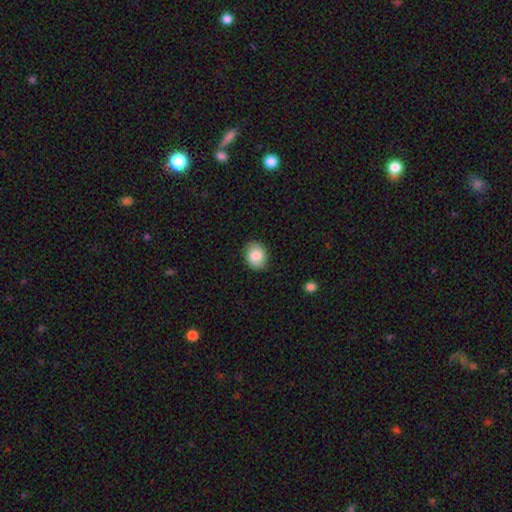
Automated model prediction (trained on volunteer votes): Smooth or featured? smooth (79%)
How rounded? in between (55%)
Merging? none (85%)